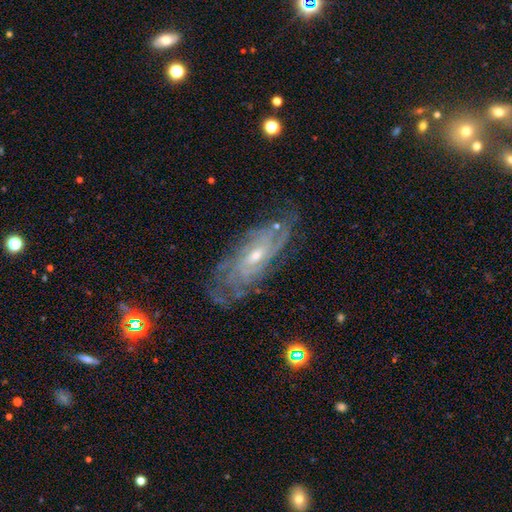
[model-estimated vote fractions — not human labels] featured or disk 85%, smooth 8%, star or artifact 7%. Down the decision tree: edge-on disk — no (89%); bar — no (54%); spiral arms — yes (95%); spiral arm count — can't tell (47%); spiral winding — tight (66%); bulge size — small (52%); merging — none (73%).